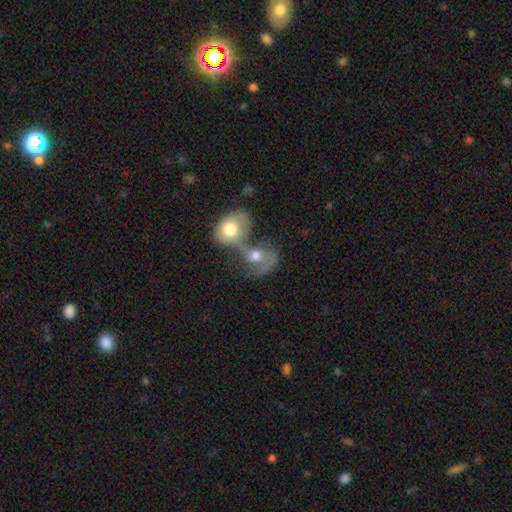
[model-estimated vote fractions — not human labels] Smooth or featured? Predicted: smooth (p=0.49). Merging? Predicted: merger (p=0.74).